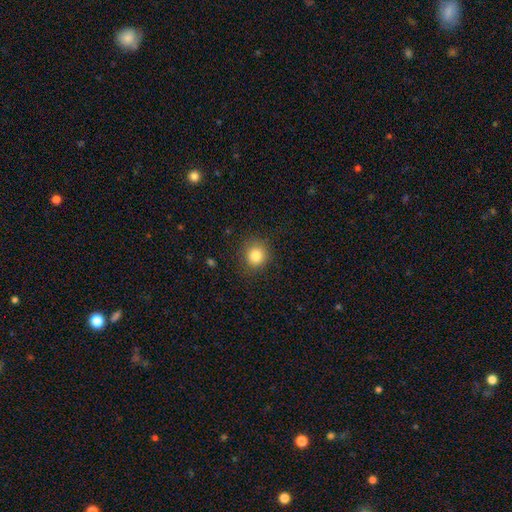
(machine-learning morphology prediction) smooth 83%, star or artifact 11%, featured or disk 6%. Down the decision tree: how rounded — round (86%); merging — none (86%).